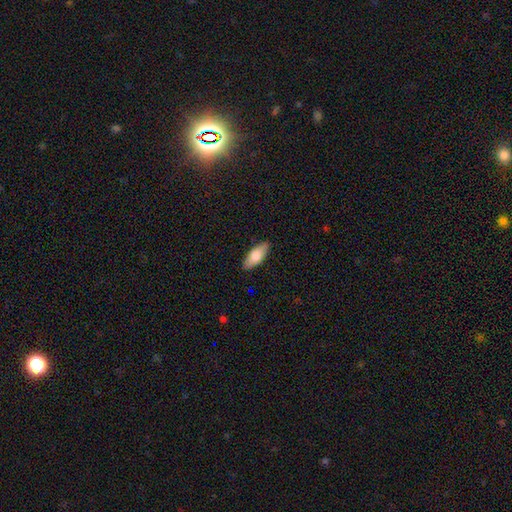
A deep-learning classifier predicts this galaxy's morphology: smooth-or-featured: smooth: 76% | featured or disk: 19% | star or artifact: 6%
  how-rounded: in between: 79% | cigar-shaped: 19% | round: 2%
  merging: none: 88% | minor disturbance: 9% | major disturbance: 2% | merger: 1%